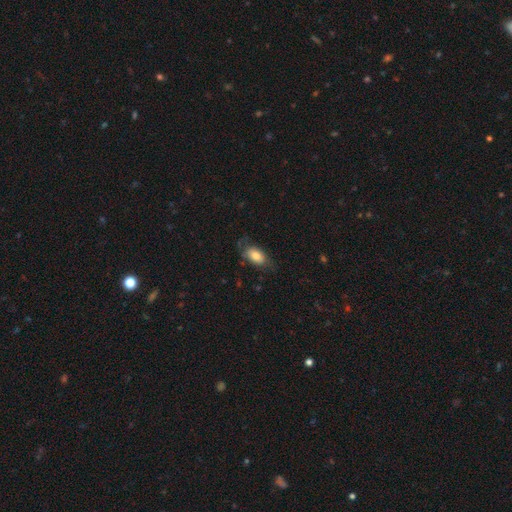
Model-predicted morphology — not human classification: Smooth or featured?
  - smooth: 77% *
  - featured or disk: 16%
  - star or artifact: 7%
How rounded?
  - in between: 90% *
  - round: 6%
  - cigar-shaped: 3%
Merging?
  - none: 62% *
  - minor disturbance: 25%
  - major disturbance: 12%
  - merger: 2%